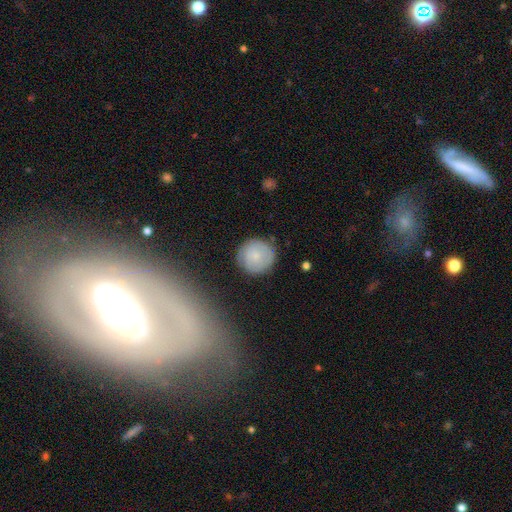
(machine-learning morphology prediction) This appears to be a smooth galaxy with no disk features (74%) that is round (94%). Merging: none (85%).